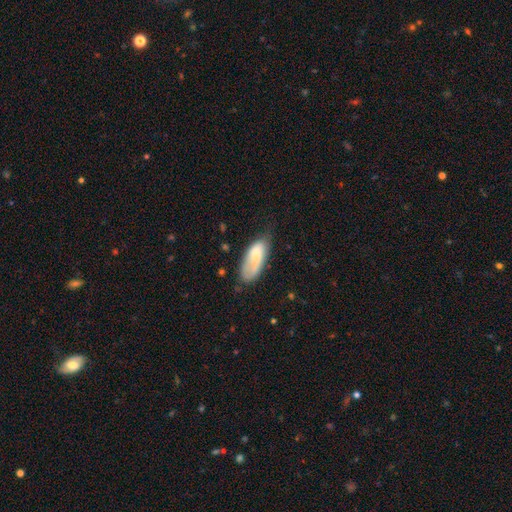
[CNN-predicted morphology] The model was most divided on "merging": none: 43%, minor disturbance: 37%, major disturbance: 18%, merger: 3%. More confident: how rounded — in between (82%); smooth or featured — smooth (72%).